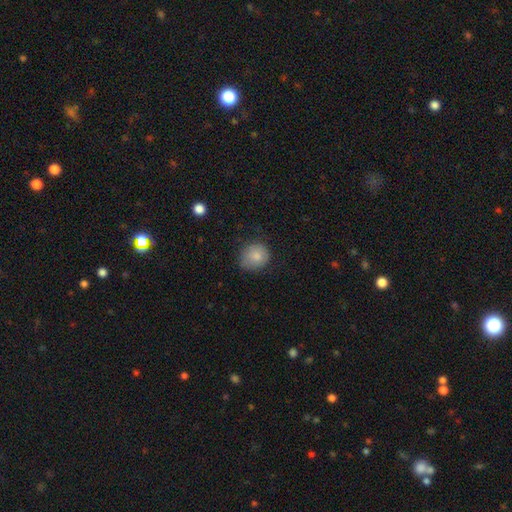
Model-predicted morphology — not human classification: Overall: smooth (83%). How rounded: round (77%). Merging: none (69%).